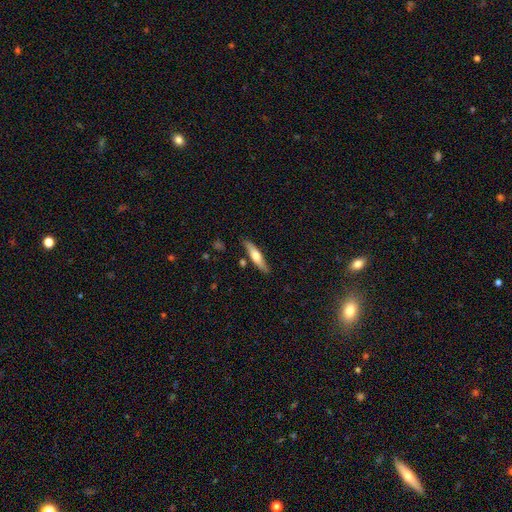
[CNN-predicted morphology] This appears to be a smooth galaxy with no disk features (55%) that is cigar-shaped (78%). Merging: none (81%).